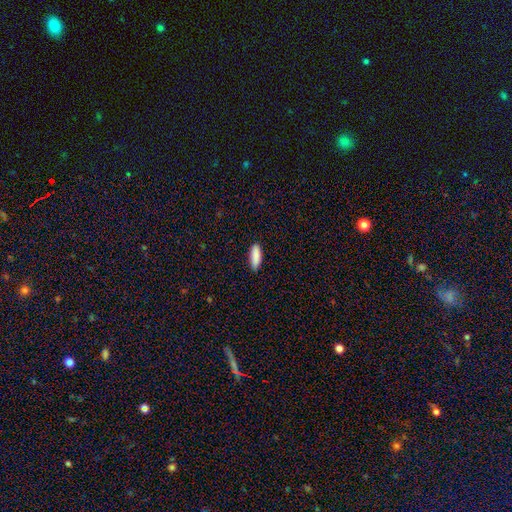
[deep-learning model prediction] Smooth or featured?
  - smooth: 90% *
  - star or artifact: 6%
  - featured or disk: 4%
How rounded?
  - in between: 61% *
  - cigar-shaped: 37%
  - round: 2%
Merging?
  - none: 86% *
  - minor disturbance: 11%
  - major disturbance: 2%
  - merger: 1%